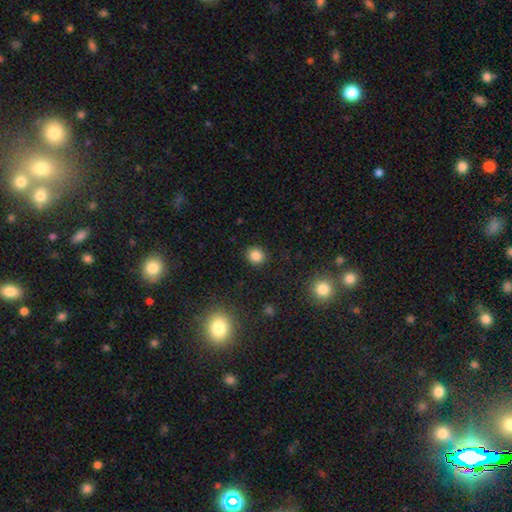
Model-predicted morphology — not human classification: Overall: smooth (84%). How rounded: round (76%). Merging: none (90%).